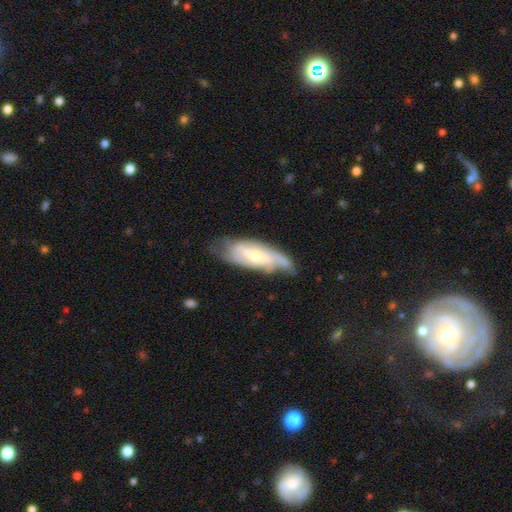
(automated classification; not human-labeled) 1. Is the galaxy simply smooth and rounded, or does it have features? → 76% featured or disk, 18% smooth, 6% star or artifact.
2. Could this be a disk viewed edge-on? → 83% no, 17% yes.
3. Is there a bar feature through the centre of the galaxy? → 41% weak, 32% no, 27% strong.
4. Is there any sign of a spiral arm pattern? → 89% yes, 11% no.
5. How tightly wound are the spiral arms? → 41% tight, 40% medium, 19% loose.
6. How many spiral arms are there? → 46% 2, 32% can't tell, 11% 3, 6% 1, 3% 4, 2% more than 4.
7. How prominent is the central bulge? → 51% moderate, 44% small, 3% large, 2% none, 1% dominant.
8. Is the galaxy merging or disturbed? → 62% none, 26% minor disturbance, 10% major disturbance, 2% merger.